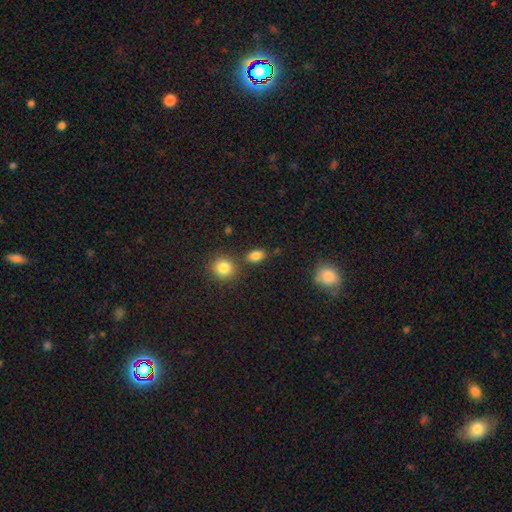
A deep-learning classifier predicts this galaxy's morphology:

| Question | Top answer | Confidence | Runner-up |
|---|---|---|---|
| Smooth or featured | smooth | 84% | star or artifact (10%) |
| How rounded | in between | 81% | round (17%) |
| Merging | none | 77% | minor disturbance (11%) |